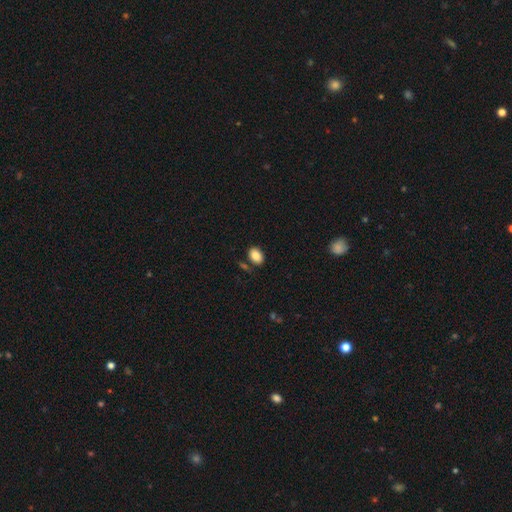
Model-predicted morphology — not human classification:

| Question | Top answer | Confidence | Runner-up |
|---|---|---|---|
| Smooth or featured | smooth | 86% | star or artifact (8%) |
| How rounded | in between | 78% | round (21%) |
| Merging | none | 80% | minor disturbance (11%) |